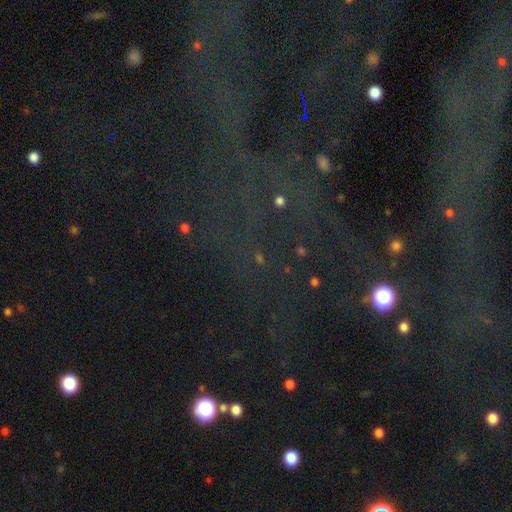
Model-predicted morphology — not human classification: Overall: star or artifact (78%).